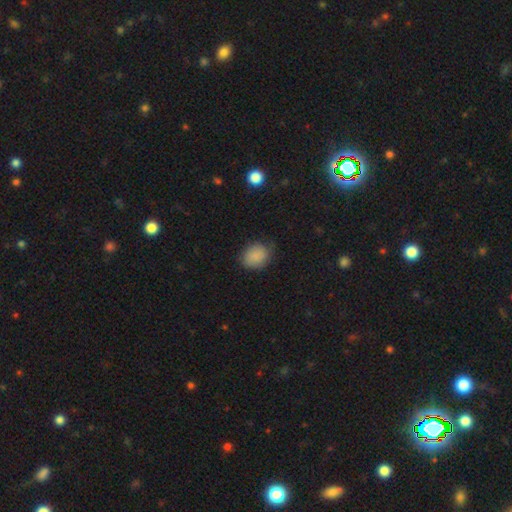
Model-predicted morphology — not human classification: The model was most divided on "how rounded": round: 54%, in between: 45%, cigar-shaped: 1%. More confident: smooth or featured — smooth (87%); merging — none (76%).